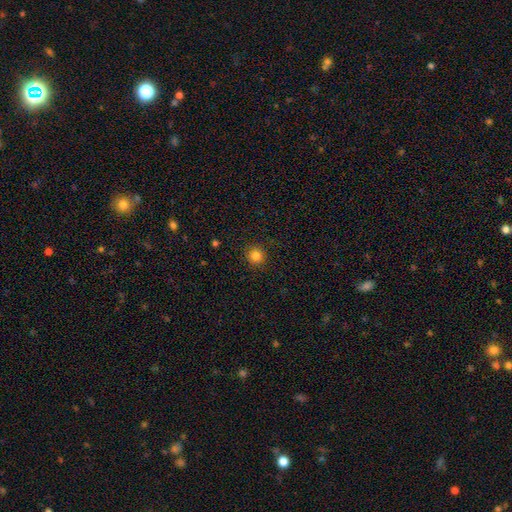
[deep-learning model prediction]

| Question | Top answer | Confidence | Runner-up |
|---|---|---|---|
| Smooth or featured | smooth | 83% | star or artifact (12%) |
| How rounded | round | 93% | in between (6%) |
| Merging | none | 91% | minor disturbance (6%) |